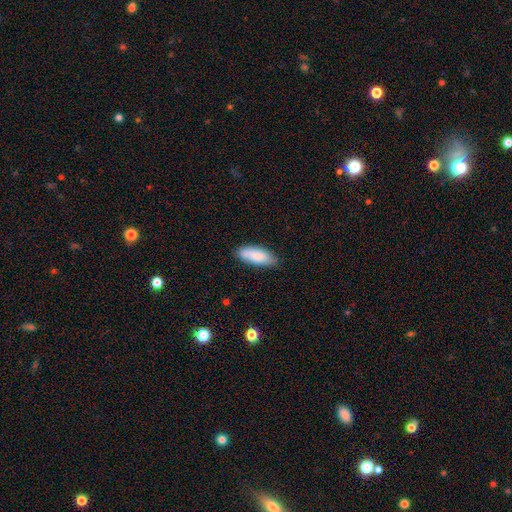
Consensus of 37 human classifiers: smooth 89%, featured or disk 5%, star or artifact 5%. Down the decision tree: how rounded — in between (85%); merging — none (80%).